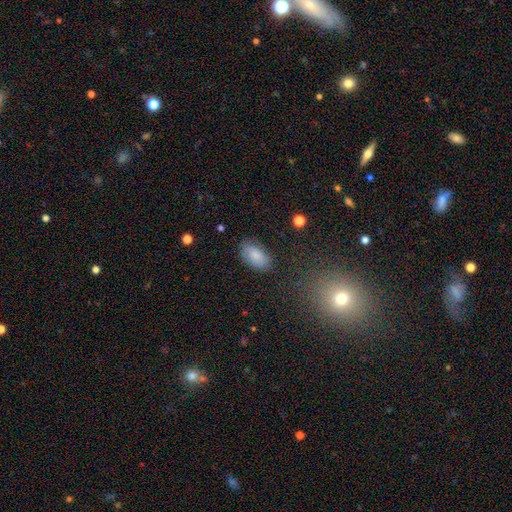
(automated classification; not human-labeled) A smooth galaxy with no disk features (81%) that is in between round and cigar-shaped (94%).

Vote fractions:
- Smooth or featured? smooth: 81% / featured or disk: 11% / star or artifact: 7%
- How rounded? in between: 94% / round: 4% / cigar-shaped: 2%
- Merging? none: 78% / minor disturbance: 16% / major disturbance: 4% / merger: 2%